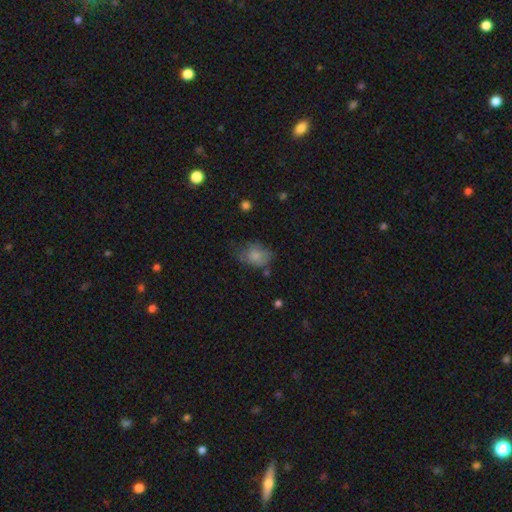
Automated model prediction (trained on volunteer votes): smooth 77%, featured or disk 14%, star or artifact 9%. Down the decision tree: how rounded — in between (67%); merging — none (49%).